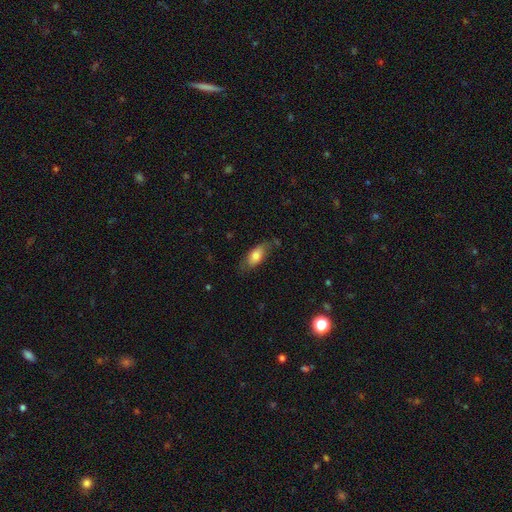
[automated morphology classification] Smooth or featured? Predicted: smooth (p=0.77). How rounded? Predicted: in between (p=0.84). Merging? Predicted: none (p=0.66).